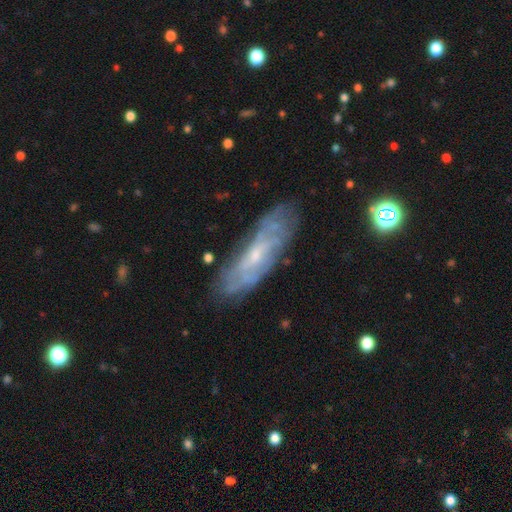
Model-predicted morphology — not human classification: A featured or disk galaxy (68%). Merging: none (76%).